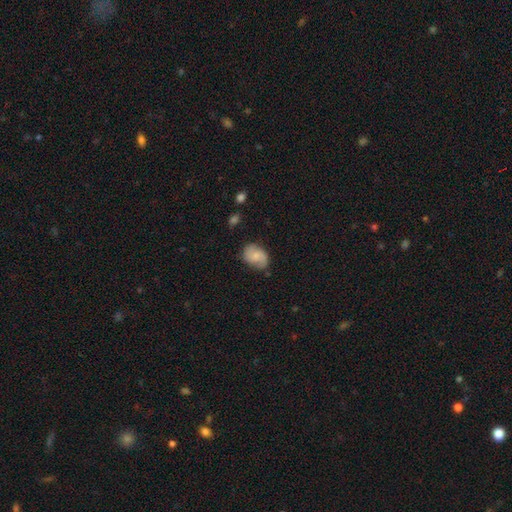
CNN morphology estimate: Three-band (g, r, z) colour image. It shows a smooth galaxy with no disk features (47%). Merging: none (65%).